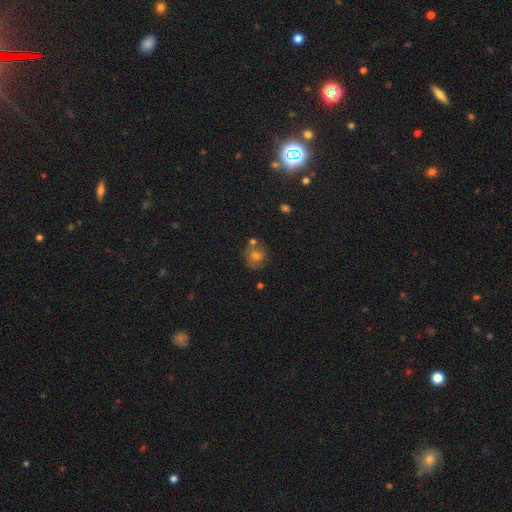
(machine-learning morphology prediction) smooth_or_featured: smooth (p=0.63) [alt: featured or disk p=0.23]
how_rounded: round (p=0.78) [alt: in between p=0.21]
merging: none (p=0.62) [alt: merger p=0.17]